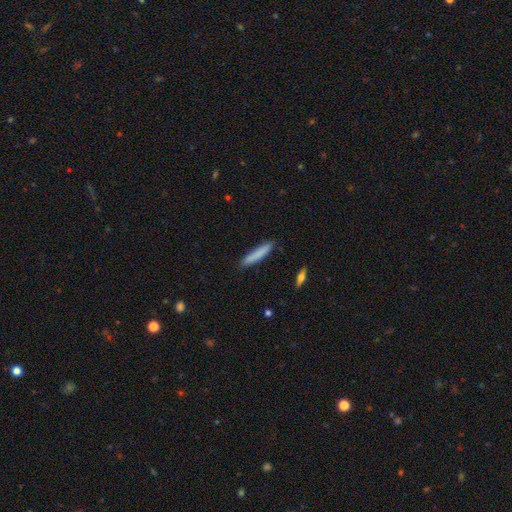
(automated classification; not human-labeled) smooth 82%, featured or disk 12%, star or artifact 6%. Down the decision tree: how rounded — cigar-shaped (91%); merging — none (87%).